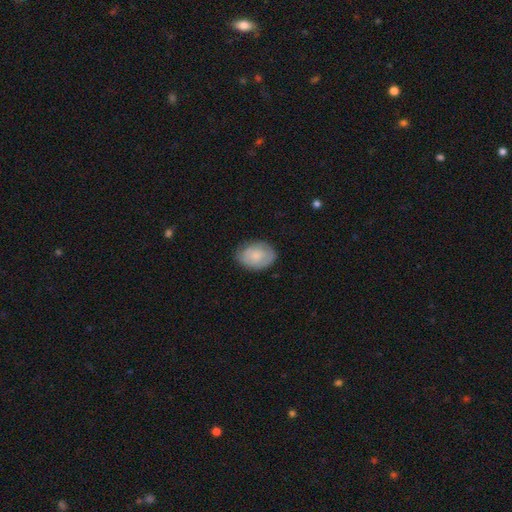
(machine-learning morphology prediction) Smooth or featured? smooth (69%)
How rounded? in between (77%)
Merging? none (75%)